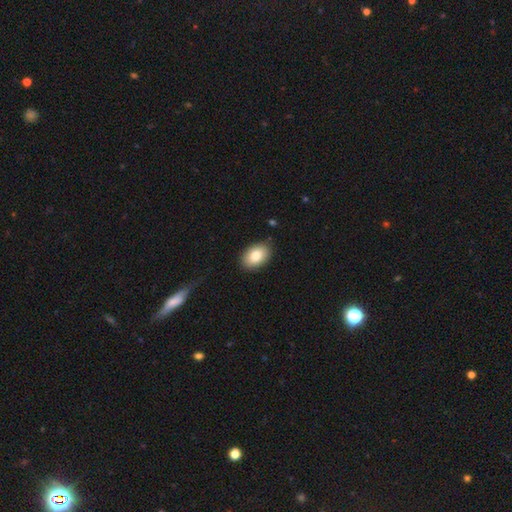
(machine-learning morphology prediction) Smooth or featured? Predicted: smooth (p=0.82). How rounded? Predicted: in between (p=0.88). Merging? Predicted: none (p=0.87).